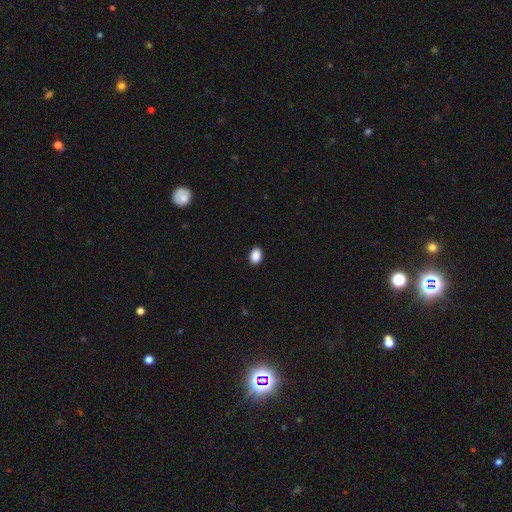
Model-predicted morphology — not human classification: type=smooth (90%); roundness=in between (79%); merging=none (90%).